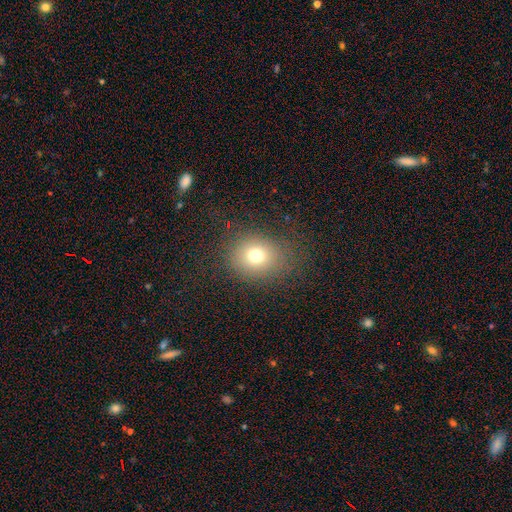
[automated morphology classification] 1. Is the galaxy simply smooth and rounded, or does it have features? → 72% smooth, 17% star or artifact, 11% featured or disk.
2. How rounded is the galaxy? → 71% round, 28% in between, 1% cigar-shaped.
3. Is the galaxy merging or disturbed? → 80% none, 11% minor disturbance, 8% major disturbance, 1% merger.